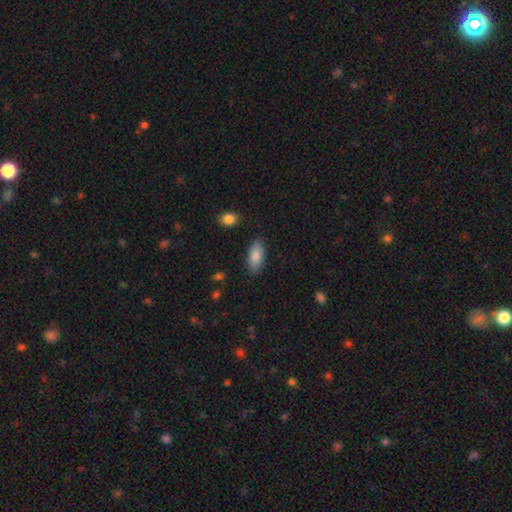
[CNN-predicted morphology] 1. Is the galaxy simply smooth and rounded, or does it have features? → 87% smooth, 7% featured or disk, 6% star or artifact.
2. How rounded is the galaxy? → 86% in between, 12% cigar-shaped, 2% round.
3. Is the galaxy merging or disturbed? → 85% none, 11% minor disturbance, 3% major disturbance, 2% merger.